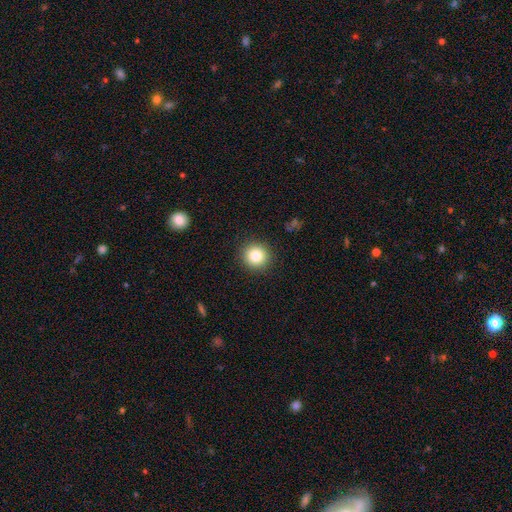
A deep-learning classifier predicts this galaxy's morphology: Smooth or featured? smooth (83%)
How rounded? round (94%)
Merging? none (91%)